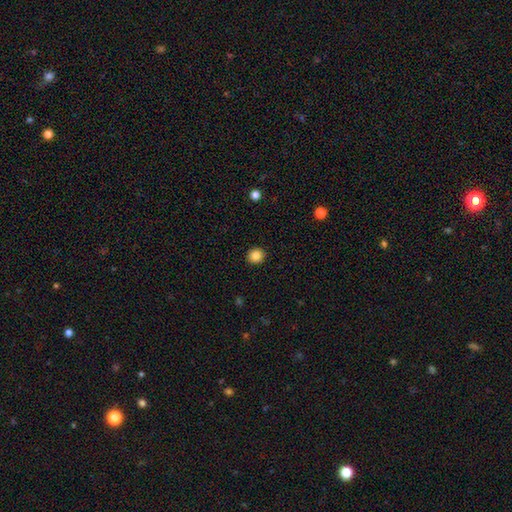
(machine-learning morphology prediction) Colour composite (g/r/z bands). It shows a smooth galaxy with no disk features (85%) that is round (91%). Merging: none (92%).